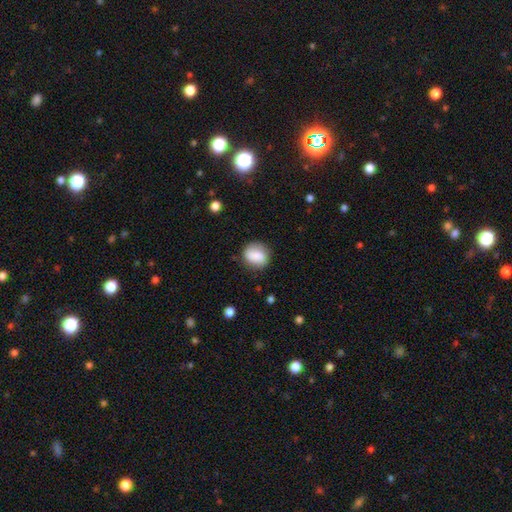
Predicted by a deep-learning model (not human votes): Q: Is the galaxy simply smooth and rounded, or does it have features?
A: smooth — 82%.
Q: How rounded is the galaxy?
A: round — 66%.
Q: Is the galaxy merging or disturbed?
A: none — 74%.